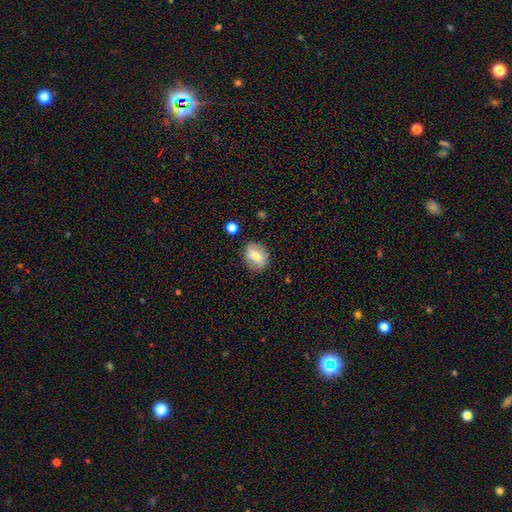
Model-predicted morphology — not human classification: smooth 65%, featured or disk 26%, star or artifact 8%. Down the decision tree: how rounded — round (52%); merging — none (82%).